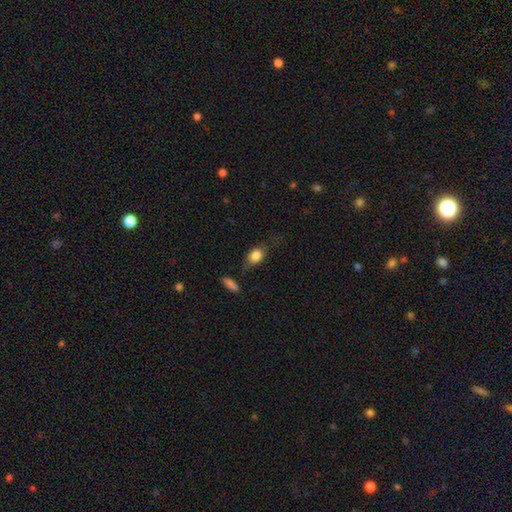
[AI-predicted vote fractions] Overall: smooth (81%). How rounded: in between (74%). Merging: none (60%; minor disturbance 25%).